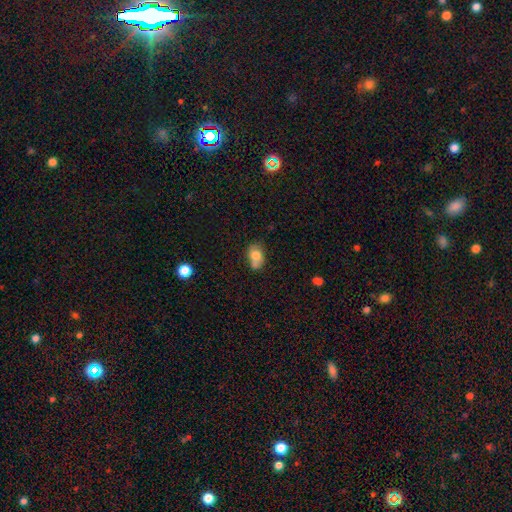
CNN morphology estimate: This appears to be a smooth galaxy with no disk features (73%) that is in between round and cigar-shaped (69%). Merging: none (44%).